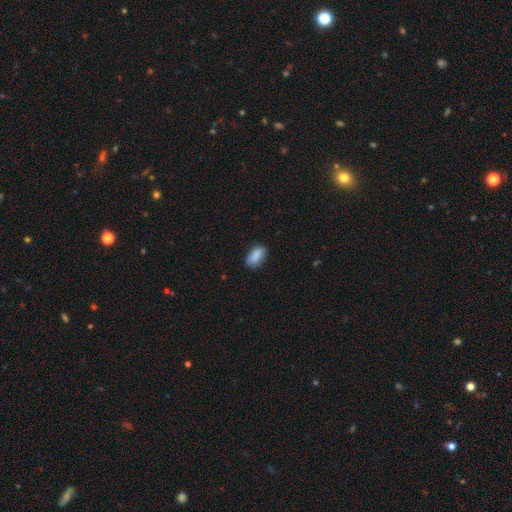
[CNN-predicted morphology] A smooth galaxy with no disk features (87%) that is in between round and cigar-shaped (91%). Merging: none (80%).